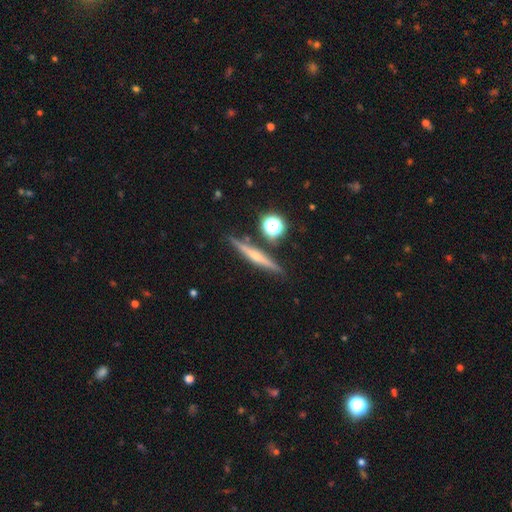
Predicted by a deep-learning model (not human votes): Morphology: type=featured or disk (57%); edge-on=yes (96%); edge-on bulge=rounded (60%); merging=none (85%).